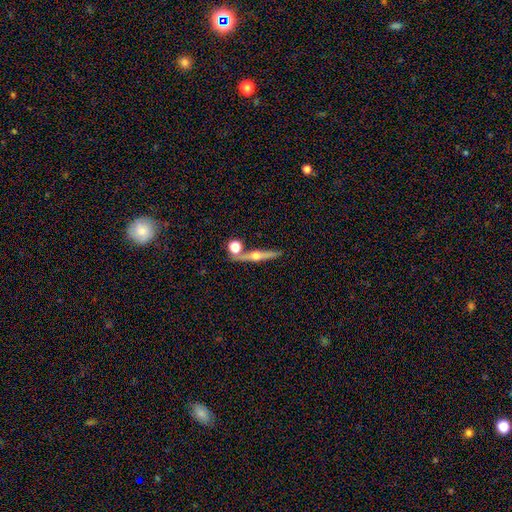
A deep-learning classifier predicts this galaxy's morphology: smooth_or_featured: featured or disk (p=0.68) [alt: smooth p=0.24]
disk_edge_on: yes (p=0.95) [alt: no p=0.05]
edge_on_bulge: rounded (p=0.94) [alt: none p=0.03]
merging: none (p=0.74) [alt: merger p=0.14]